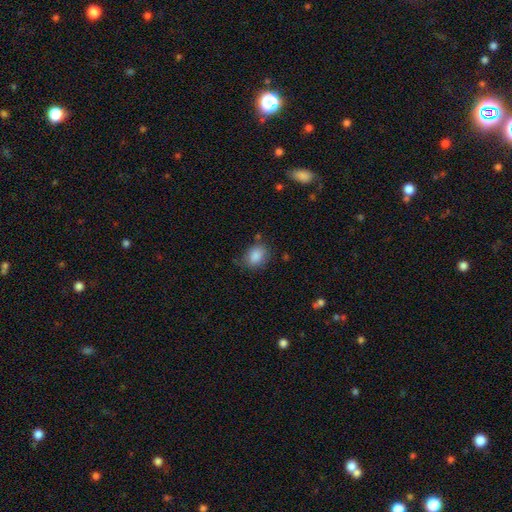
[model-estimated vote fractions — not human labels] smooth-or-featured: smooth: 86% | star or artifact: 8% | featured or disk: 6%
  how-rounded: in between: 58% | round: 41% | cigar-shaped: 1%
  merging: none: 70% | minor disturbance: 21% | major disturbance: 6% | merger: 3%